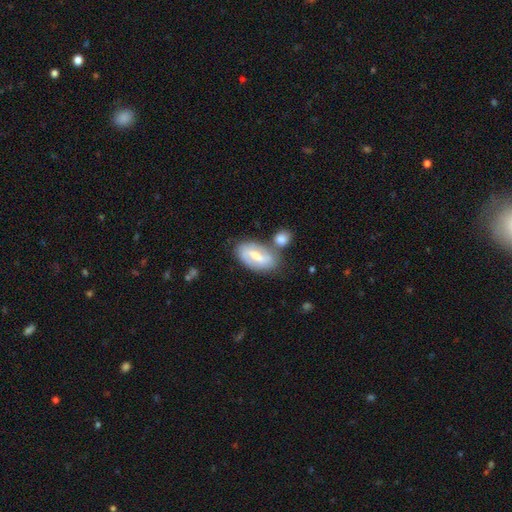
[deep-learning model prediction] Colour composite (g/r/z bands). It shows a featured or disk galaxy (64%) with a weak bar (46%), spiral arms (81%) and a moderate central bulge (57%). Merging: none (60%).